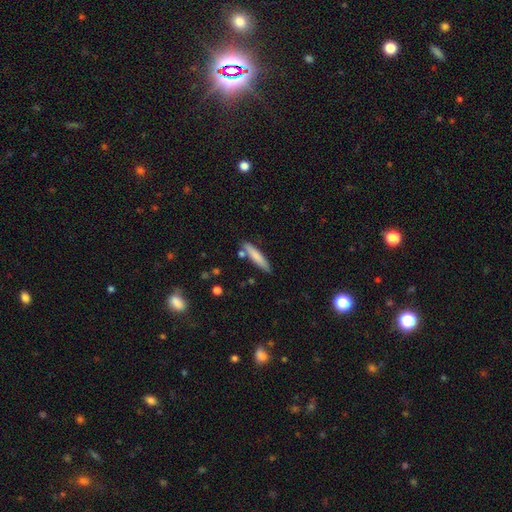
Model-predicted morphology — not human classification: A smooth galaxy with no disk features (78%) that is cigar-shaped (87%). Merging: none (79%).